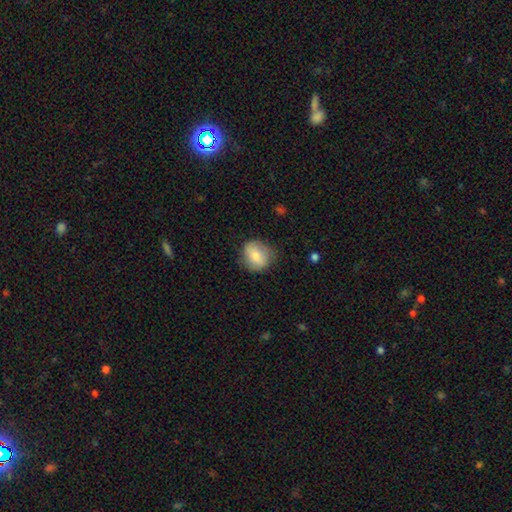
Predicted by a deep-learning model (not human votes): The model was most divided on "how rounded": round: 69%, in between: 29%, cigar-shaped: 1%. More confident: smooth or featured — smooth (75%); merging — none (72%).